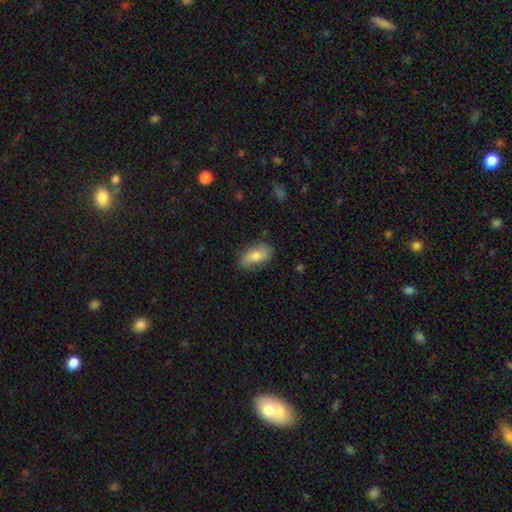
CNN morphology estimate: Smooth or featured? smooth (75%)
How rounded? in between (89%)
Merging? none (76%)